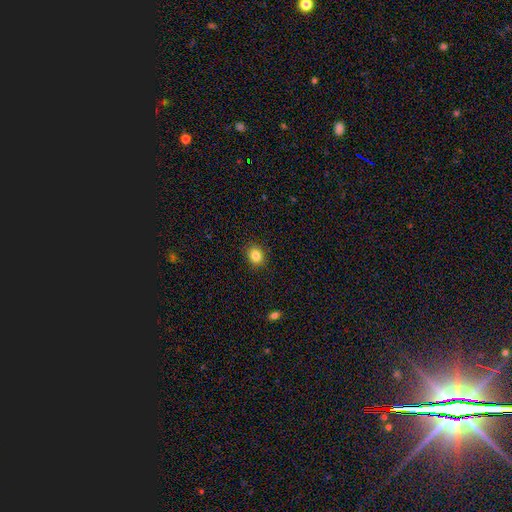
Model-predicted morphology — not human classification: Smooth or featured? Predicted: smooth (p=0.85). How rounded? Predicted: round (p=0.60). Merging? Predicted: none (p=0.89).